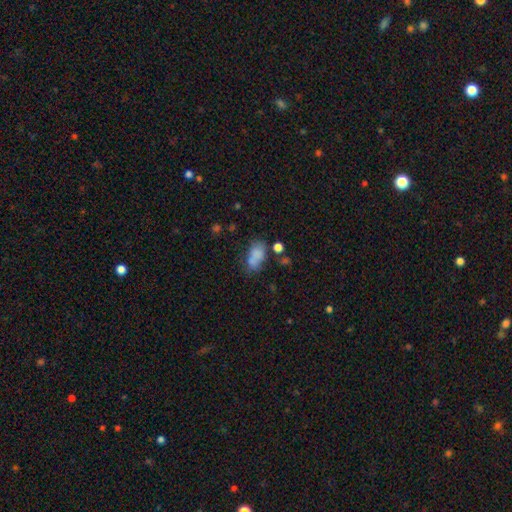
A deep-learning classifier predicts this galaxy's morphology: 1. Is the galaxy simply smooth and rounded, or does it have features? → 76% smooth, 13% featured or disk, 11% star or artifact.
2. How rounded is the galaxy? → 87% in between, 9% round, 4% cigar-shaped.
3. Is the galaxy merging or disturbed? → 44% none, 23% minor disturbance, 19% merger, 13% major disturbance.